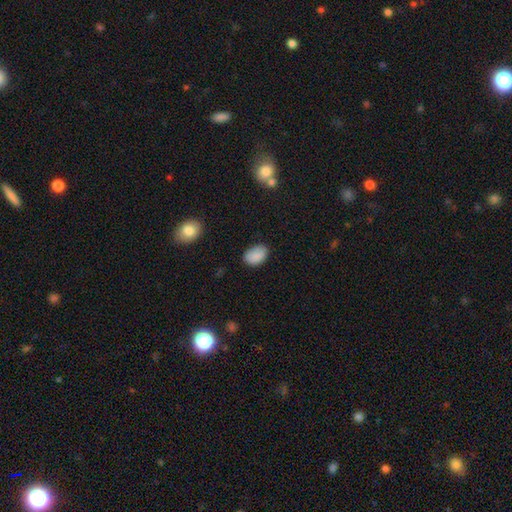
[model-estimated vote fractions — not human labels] smooth 88%, star or artifact 8%, featured or disk 4%. Down the decision tree: how rounded — in between (85%); merging — none (80%).